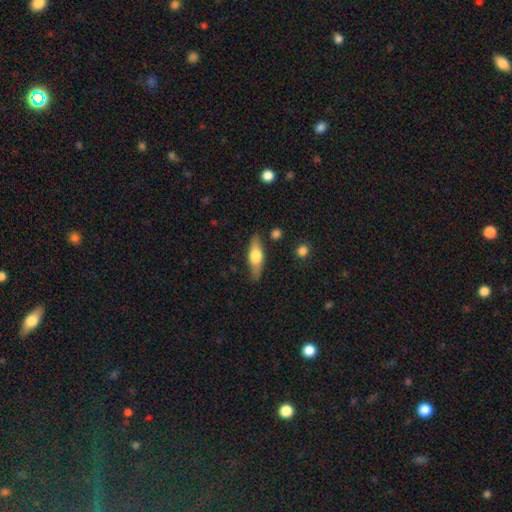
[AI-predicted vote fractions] Smooth or featured? smooth (56%)
How rounded? in between (53%)
Merging? none (83%)